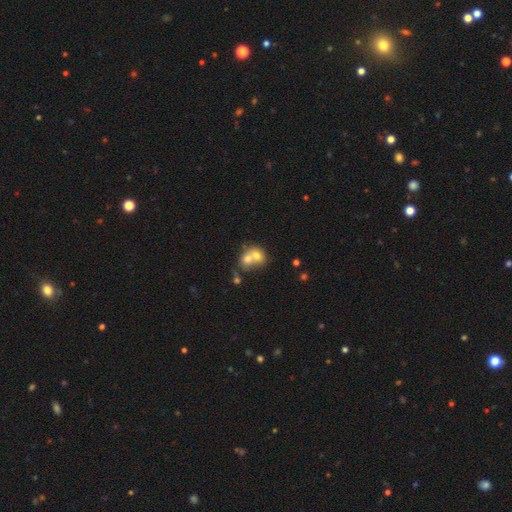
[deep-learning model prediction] Smooth or featured? Predicted: smooth (p=0.68). How rounded? Predicted: round (p=0.57). Merging? Predicted: merger (p=0.72).